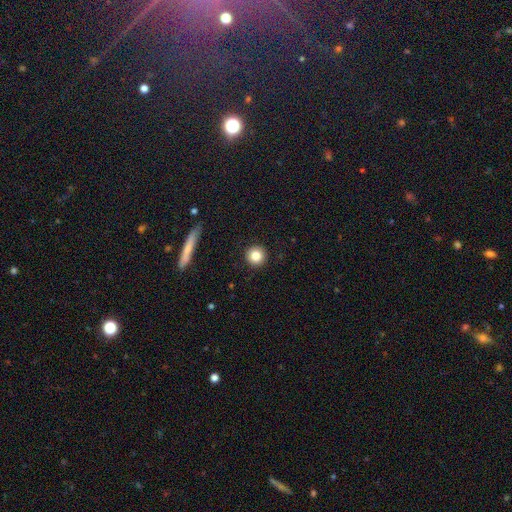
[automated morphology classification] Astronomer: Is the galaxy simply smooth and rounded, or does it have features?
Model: smooth — 83%.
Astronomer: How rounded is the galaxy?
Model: round — 95%.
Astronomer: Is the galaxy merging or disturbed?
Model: none — 92%.